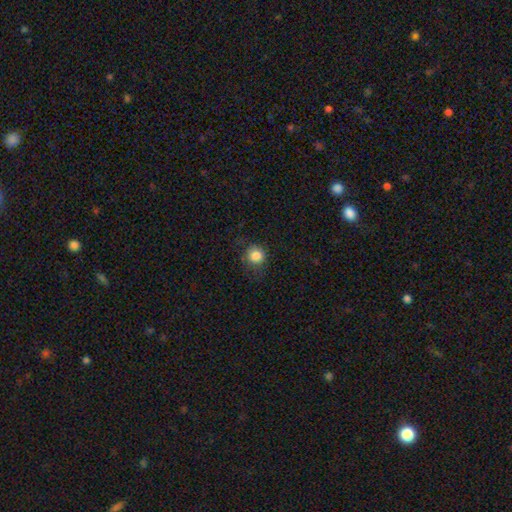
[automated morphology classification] A smooth galaxy with no disk features (85%) that is round (89%). Merging: none (74%).